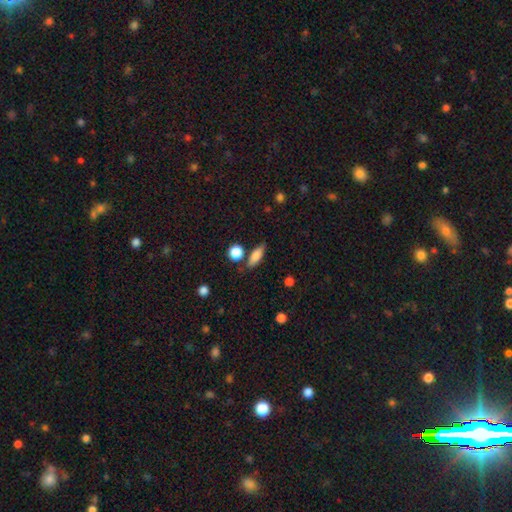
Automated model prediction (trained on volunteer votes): Smooth or featured: smooth — 79% (featured or disk — 13%)
How rounded: in between — 55% (cigar-shaped — 38%)
Merging: none — 75% (minor disturbance — 14%)